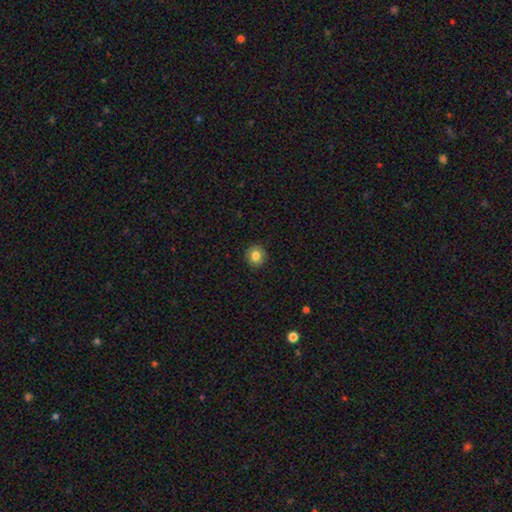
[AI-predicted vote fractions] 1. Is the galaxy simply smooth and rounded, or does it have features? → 83% smooth, 10% star or artifact, 7% featured or disk.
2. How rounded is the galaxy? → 88% round, 11% in between, 1% cigar-shaped.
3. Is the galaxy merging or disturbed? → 91% none, 6% minor disturbance, 2% major disturbance, 1% merger.